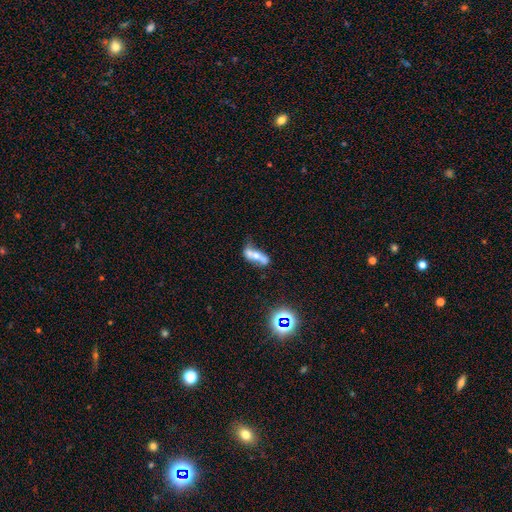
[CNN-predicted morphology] A featured or disk galaxy (50%).

Vote fractions:
- Smooth or featured? featured or disk: 50% / smooth: 39% / star or artifact: 11%
- Edge-on disk? no: 72% / yes: 28%
- Merging? merger: 42% / none: 27% / minor disturbance: 17% / major disturbance: 14%